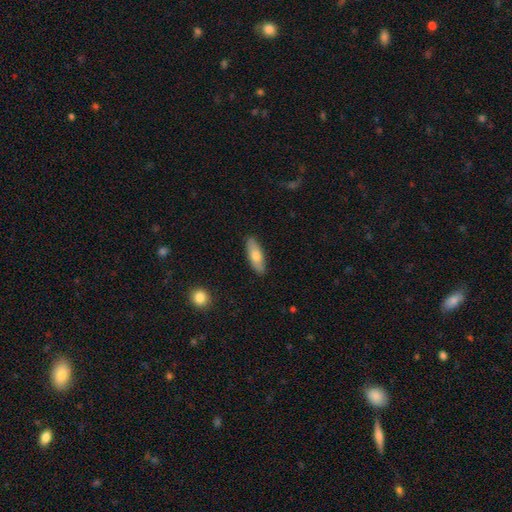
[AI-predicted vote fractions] Q: Smooth or featured?
A: smooth (72%); runner-up: featured or disk (22%)
Q: How rounded?
A: in between (61%); runner-up: cigar-shaped (37%)
Q: Merging?
A: none (88%); runner-up: minor disturbance (9%)